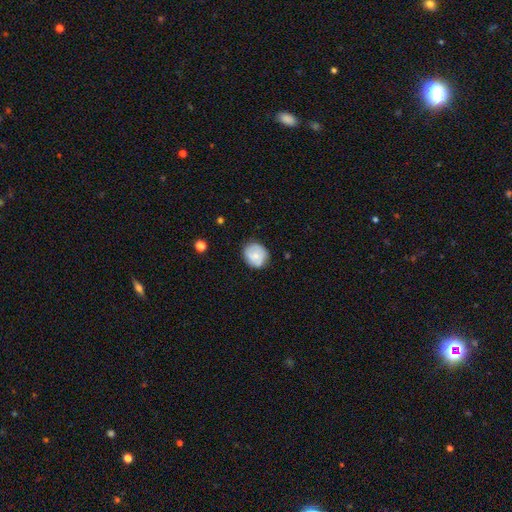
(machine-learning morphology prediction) smooth-or-featured: smooth: 61% | featured or disk: 31% | star or artifact: 8%
  how-rounded: round: 73% | in between: 26% | cigar-shaped: 1%
  merging: none: 76% | minor disturbance: 19% | major disturbance: 4% | merger: 2%